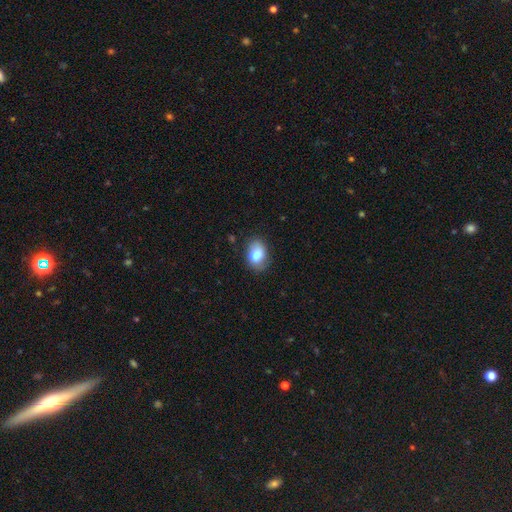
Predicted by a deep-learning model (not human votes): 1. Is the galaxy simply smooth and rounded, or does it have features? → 78% smooth, 14% featured or disk, 8% star or artifact.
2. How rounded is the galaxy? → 76% in between, 22% round, 1% cigar-shaped.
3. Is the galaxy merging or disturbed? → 77% none, 18% minor disturbance, 4% major disturbance, 1% merger.